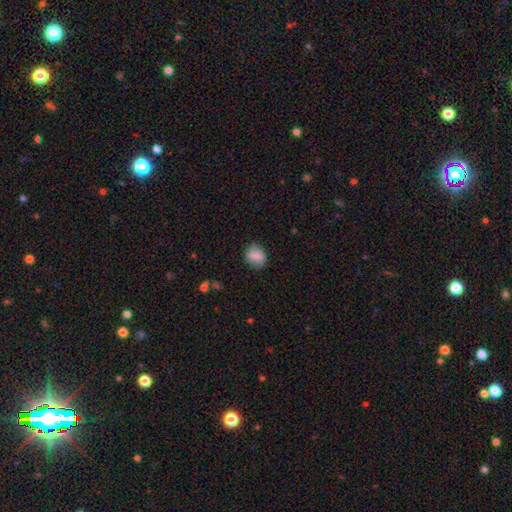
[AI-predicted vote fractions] Overall: smooth (77%). How rounded: round (52%; in between 46%). Merging: none (80%).